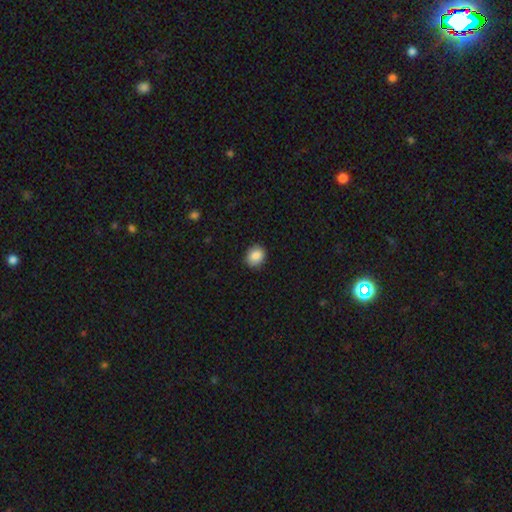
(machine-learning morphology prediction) A smooth galaxy with no disk features (85%) that is round (65%).

Vote fractions:
- Smooth or featured? smooth: 85% / star or artifact: 8% / featured or disk: 6%
- How rounded? round: 65% / in between: 34% / cigar-shaped: 1%
- Merging? none: 89% / minor disturbance: 8% / major disturbance: 2% / merger: 1%